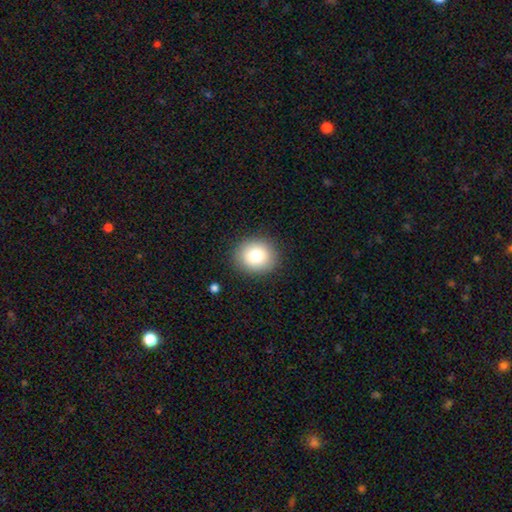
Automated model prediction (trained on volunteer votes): Q: Smooth or featured?
A: smooth (83%); runner-up: featured or disk (9%)
Q: How rounded?
A: round (68%); runner-up: in between (31%)
Q: Merging?
A: none (88%); runner-up: minor disturbance (8%)